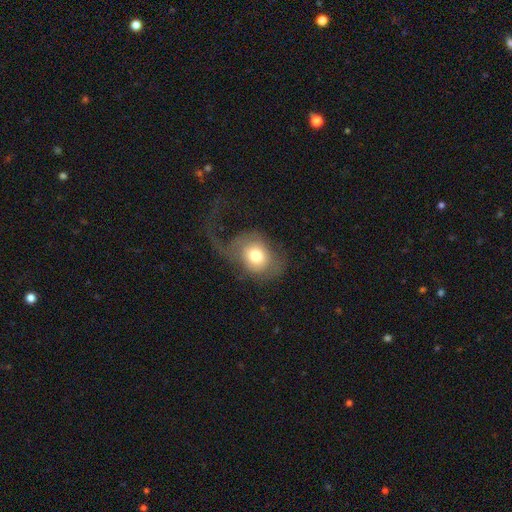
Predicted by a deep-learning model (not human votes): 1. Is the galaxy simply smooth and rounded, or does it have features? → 64% smooth, 28% featured or disk, 8% star or artifact.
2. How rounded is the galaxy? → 59% round, 40% in between, 1% cigar-shaped.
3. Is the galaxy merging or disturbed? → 57% major disturbance, 25% none, 15% minor disturbance, 3% merger.